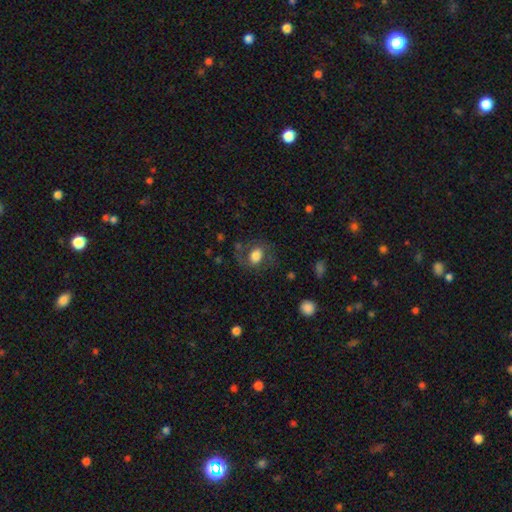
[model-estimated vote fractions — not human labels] This is likely a smooth galaxy (61%). How rounded: possibly in between (57%). Merging: likely none (64%).